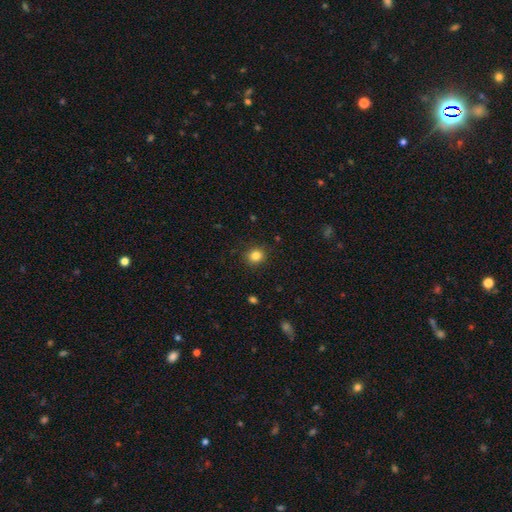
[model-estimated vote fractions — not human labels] A smooth galaxy with no disk features (83%) that is round (82%). Merging: none (88%).